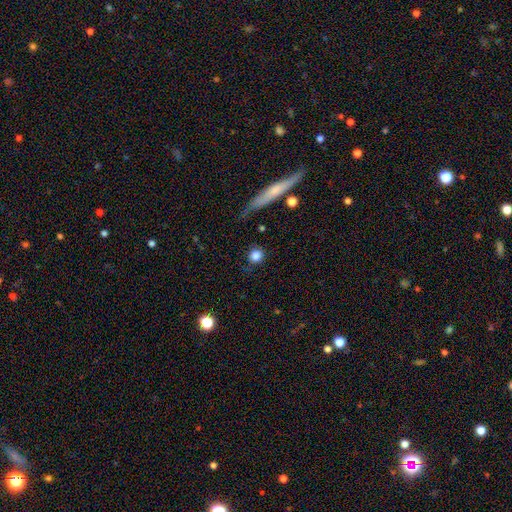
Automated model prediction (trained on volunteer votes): Smooth or featured? smooth (83%)
How rounded? round (90%)
Merging? none (79%)